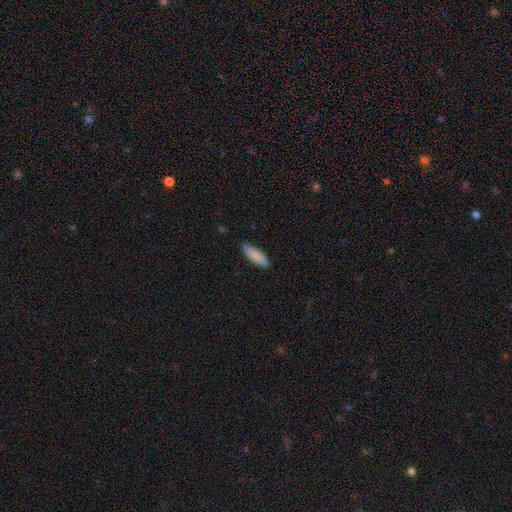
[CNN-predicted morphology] type=smooth (87%); roundness=cigar-shaped (50%); merging=none (83%).